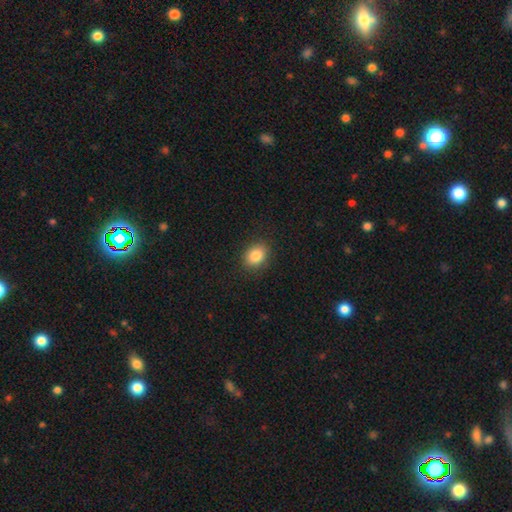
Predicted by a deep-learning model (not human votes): A smooth galaxy with no disk features (85%) that is in between round and cigar-shaped (64%).

Vote fractions:
- Smooth or featured? smooth: 85% / star or artifact: 9% / featured or disk: 6%
- How rounded? in between: 64% / round: 35% / cigar-shaped: 1%
- Merging? none: 88% / minor disturbance: 9% / major disturbance: 2% / merger: 1%